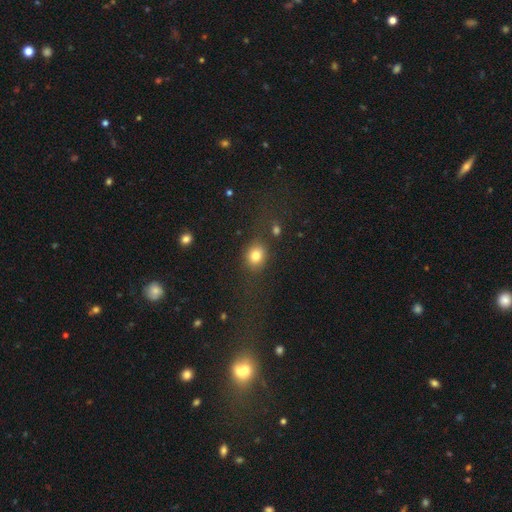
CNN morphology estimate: Q: Smooth or featured?
A: smooth (80%); runner-up: star or artifact (12%)
Q: How rounded?
A: round (62%); runner-up: in between (37%)
Q: Merging?
A: none (71%); runner-up: minor disturbance (13%)